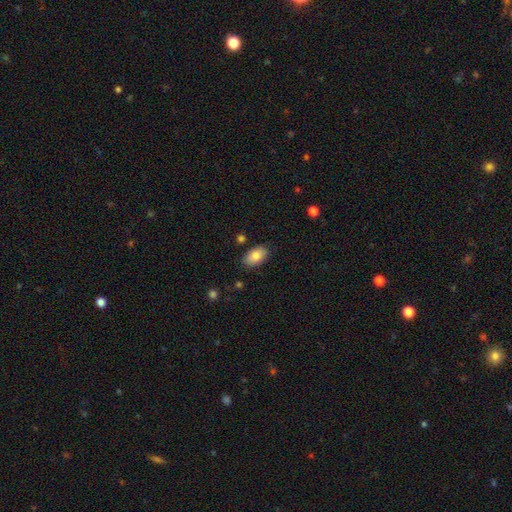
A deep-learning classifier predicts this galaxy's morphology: smooth-or-featured: smooth: 84% | featured or disk: 10% | star or artifact: 7%
  how-rounded: in between: 93% | round: 5% | cigar-shaped: 2%
  merging: none: 84% | minor disturbance: 12% | major disturbance: 2% | merger: 2%